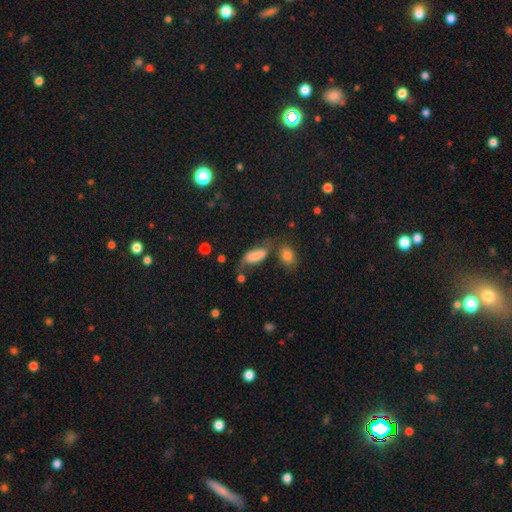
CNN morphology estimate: smooth_or_featured: smooth (p=0.74) [alt: featured or disk p=0.16]
how_rounded: in between (p=0.85) [alt: cigar-shaped p=0.10]
merging: none (p=0.41) [alt: minor disturbance p=0.26]